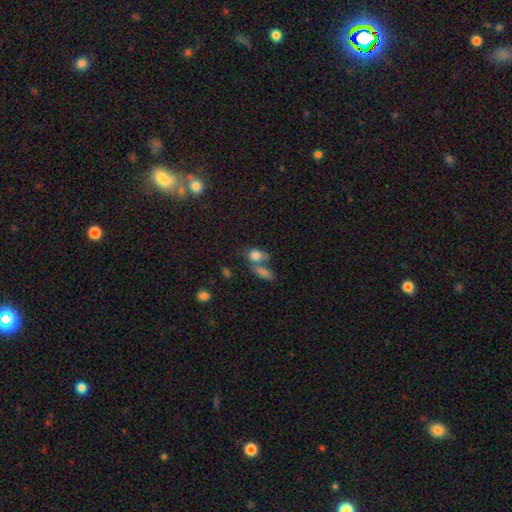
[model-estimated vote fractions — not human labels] Q: Smooth or featured?
A: smooth (79%); runner-up: star or artifact (11%)
Q: How rounded?
A: in between (66%); runner-up: round (29%)
Q: Merging?
A: merger (40%); tied with: none (40%)